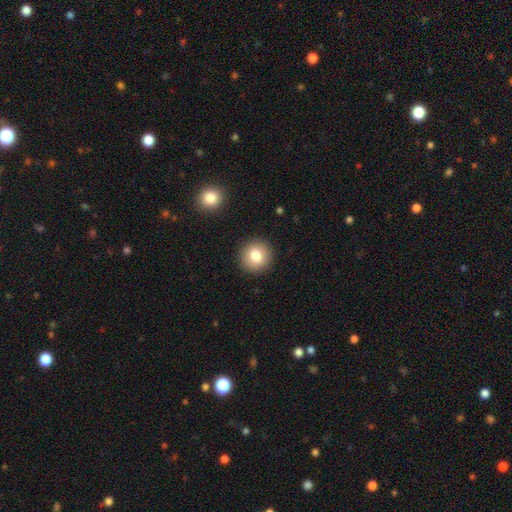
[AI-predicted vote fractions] smooth_or_featured: smooth (p=0.80) [alt: featured or disk p=0.10]
how_rounded: round (p=0.92) [alt: in between p=0.07]
merging: none (p=0.91) [alt: minor disturbance p=0.06]